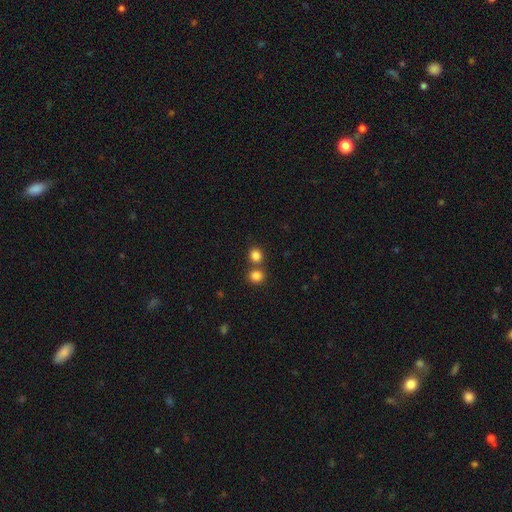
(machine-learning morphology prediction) smooth 83%, star or artifact 12%, featured or disk 5%. Down the decision tree: how rounded — round (83%); merging — none (60%).